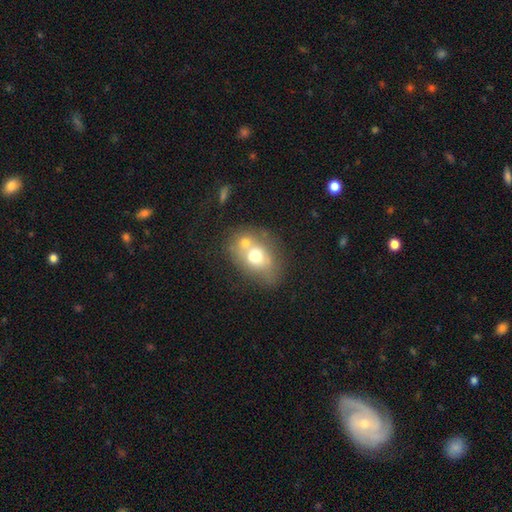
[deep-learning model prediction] Smooth or featured? smooth (60%)
How rounded? in between (67%)
Merging? merger (47%)